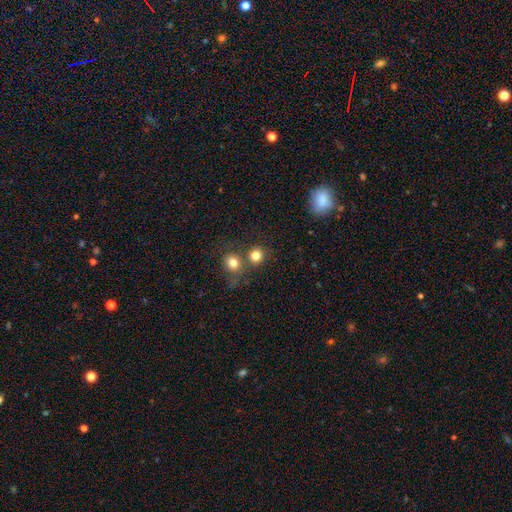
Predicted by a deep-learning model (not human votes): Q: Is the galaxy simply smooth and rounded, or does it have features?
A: smooth — 80%.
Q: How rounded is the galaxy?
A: round — 87%.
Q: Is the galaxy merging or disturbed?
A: none — 61%.